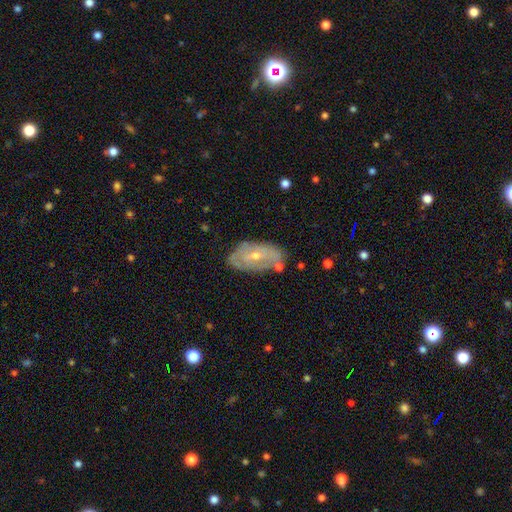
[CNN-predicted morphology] smooth_or_featured: featured or disk (p=0.65) [alt: smooth p=0.27]
disk_edge_on: no (p=0.90) [alt: yes p=0.10]
bar: no (p=0.61) [alt: weak p=0.31]
has_spiral_arms: yes (p=0.60) [alt: no p=0.40]
bulge_size: small (p=0.58) [alt: moderate p=0.39]
merging: none (p=0.67) [alt: minor disturbance p=0.22]